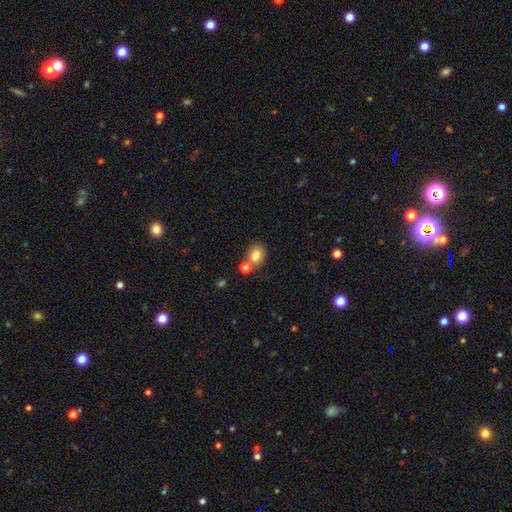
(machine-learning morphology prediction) Q: Smooth or featured?
A: smooth (80%); runner-up: star or artifact (11%)
Q: How rounded?
A: round (60%); runner-up: in between (39%)
Q: Merging?
A: none (60%); runner-up: merger (25%)